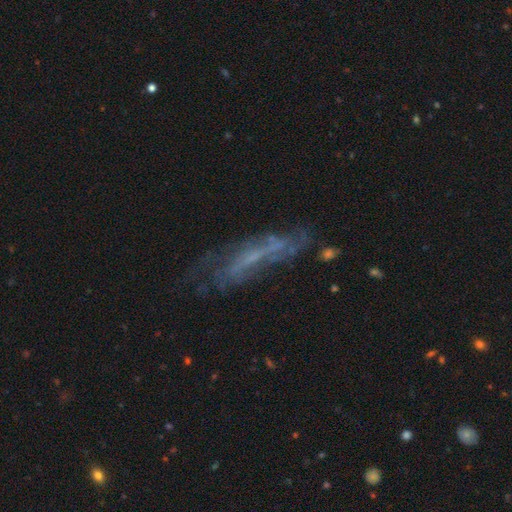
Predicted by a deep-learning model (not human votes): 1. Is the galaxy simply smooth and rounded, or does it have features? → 60% featured or disk, 24% smooth, 15% star or artifact.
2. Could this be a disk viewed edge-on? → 65% no, 35% yes.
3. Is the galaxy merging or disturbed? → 51% none, 22% minor disturbance, 20% major disturbance, 6% merger.